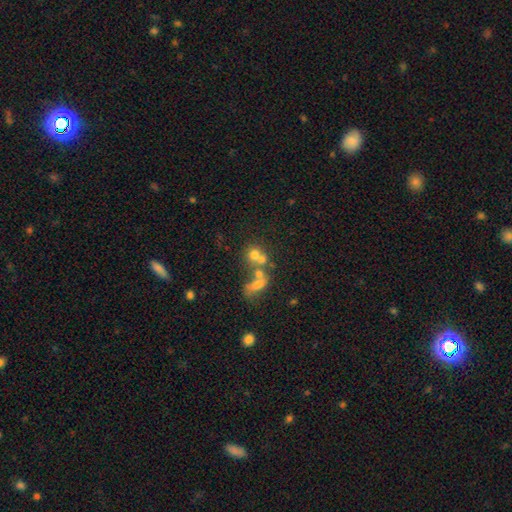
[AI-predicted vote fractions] Smooth or featured: smooth — 61% (featured or disk — 23%)
How rounded: round — 71% (in between — 27%)
Merging: merger — 51% (none — 33%)